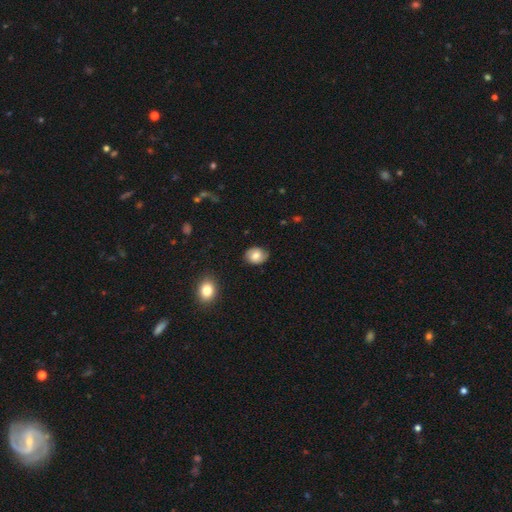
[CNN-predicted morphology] Smooth or featured?
  - smooth: 68% *
  - featured or disk: 23%
  - star or artifact: 8%
How rounded?
  - in between: 51% *
  - round: 48%
  - cigar-shaped: 1%
Merging?
  - none: 81% *
  - minor disturbance: 14%
  - major disturbance: 3%
  - merger: 1%